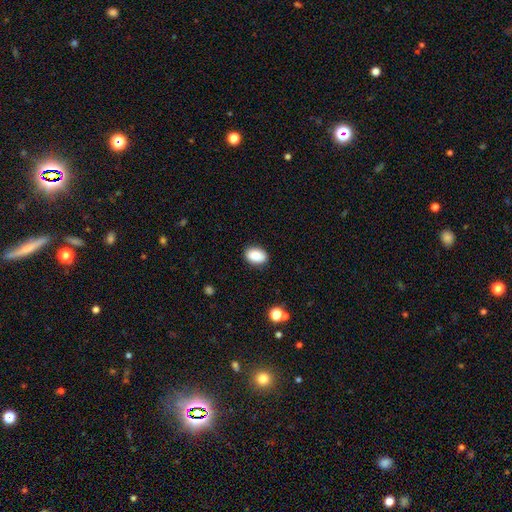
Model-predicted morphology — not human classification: Smooth or featured? smooth (89%)
How rounded? in between (86%)
Merging? none (87%)